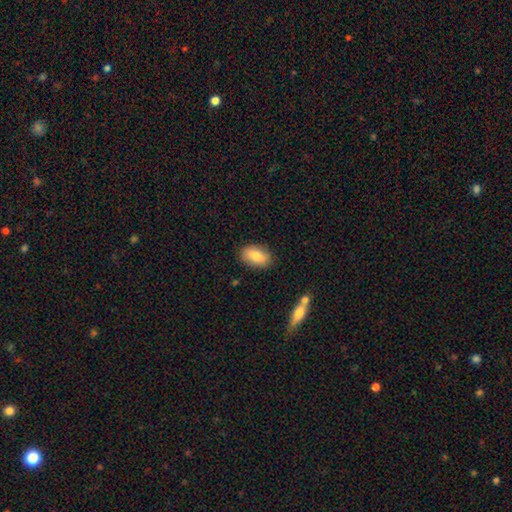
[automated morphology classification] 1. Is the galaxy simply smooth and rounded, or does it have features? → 81% smooth, 12% featured or disk, 7% star or artifact.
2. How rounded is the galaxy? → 90% in between, 6% round, 4% cigar-shaped.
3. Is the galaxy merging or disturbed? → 85% none, 10% minor disturbance, 2% major disturbance, 2% merger.